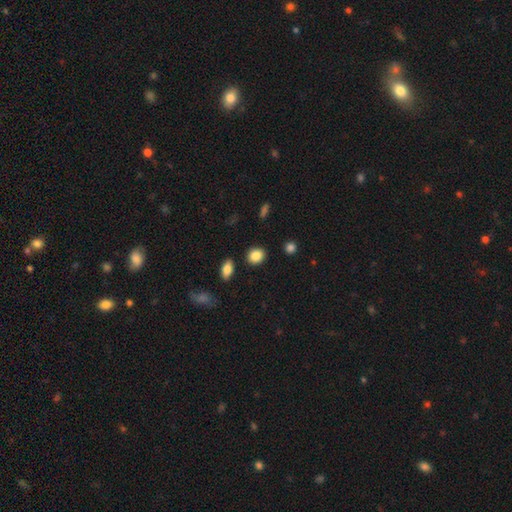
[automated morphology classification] Overall: smooth (87%). How rounded: round (68%; in between 31%). Merging: none (88%).